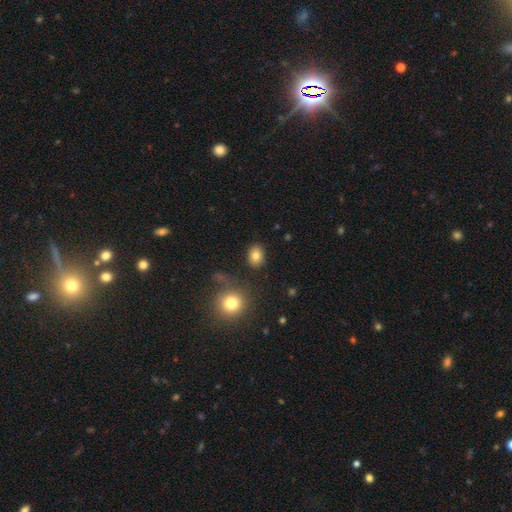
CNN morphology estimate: smooth_or_featured: smooth (p=0.81) [alt: star or artifact p=0.10]
how_rounded: in between (p=0.56) [alt: round p=0.43]
merging: none (p=0.84) [alt: minor disturbance p=0.09]